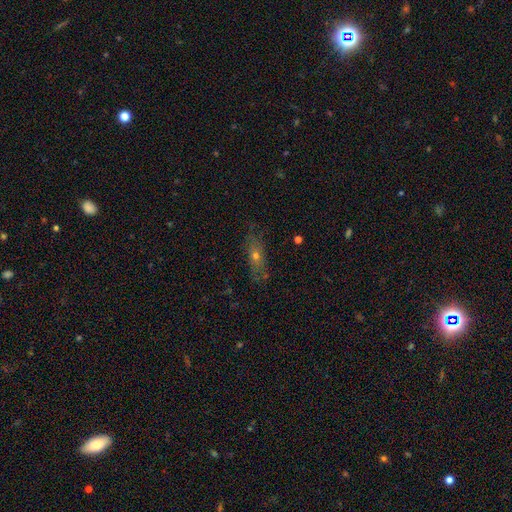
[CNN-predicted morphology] Q: Smooth or featured?
A: smooth (45%); runner-up: featured or disk (41%)
Q: Merging?
A: none (75%); runner-up: minor disturbance (18%)